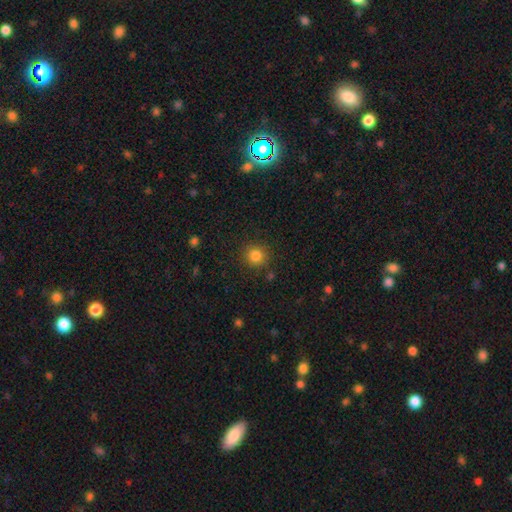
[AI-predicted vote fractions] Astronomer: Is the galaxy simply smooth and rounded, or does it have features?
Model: smooth — 83%.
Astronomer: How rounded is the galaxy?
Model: round — 91%.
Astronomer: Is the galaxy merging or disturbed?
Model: none — 88%.